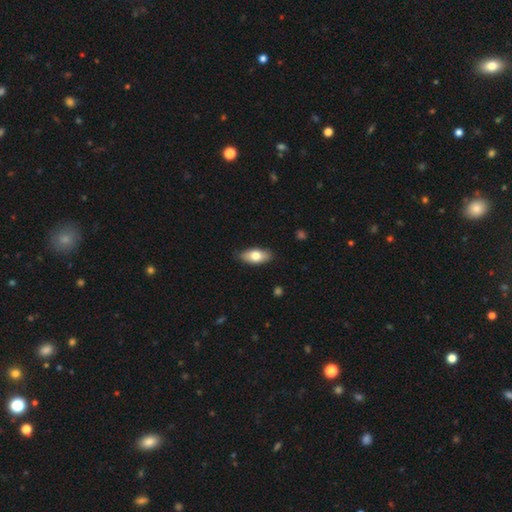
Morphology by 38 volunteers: Overall: smooth (61%; featured or disk 37%). How rounded: in between (91%). Merging: none (76%).